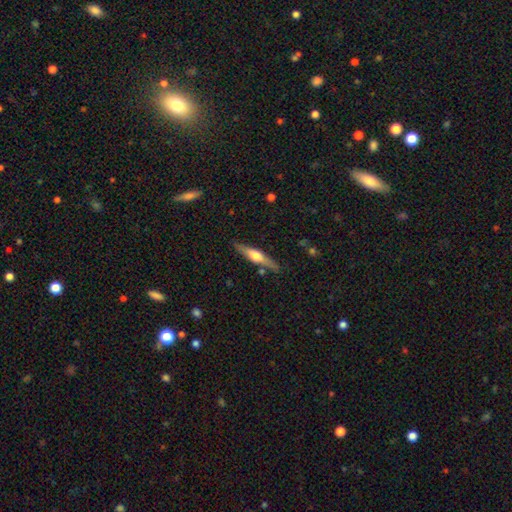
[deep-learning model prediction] Smooth or featured: featured or disk — 60% (smooth — 35%)
Edge-on disk: yes — 95% (no — 5%)
Edge-on bulge: rounded — 91% (boxy — 5%)
Merging: none — 84% (minor disturbance — 10%)